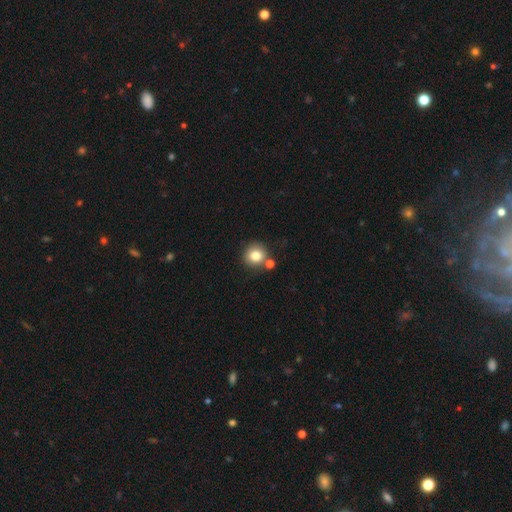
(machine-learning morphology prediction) The model was most divided on "merging": none: 72%, merger: 16%, minor disturbance: 9%, major disturbance: 3%. More confident: how rounded — round (90%); smooth or featured — smooth (81%).